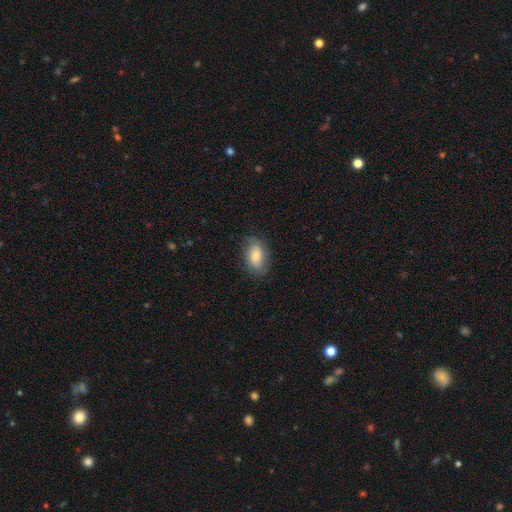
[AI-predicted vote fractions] Q: Smooth or featured?
A: smooth (74%); runner-up: featured or disk (19%)
Q: How rounded?
A: in between (90%); runner-up: round (8%)
Q: Merging?
A: none (77%); runner-up: minor disturbance (17%)